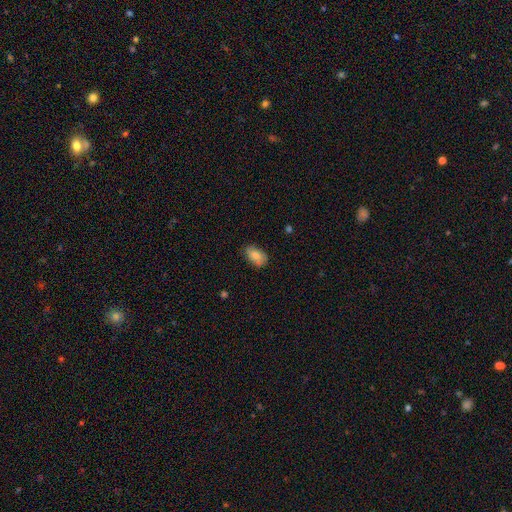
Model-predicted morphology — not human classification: Smooth or featured?
  - smooth: 80% *
  - featured or disk: 13%
  - star or artifact: 8%
How rounded?
  - in between: 91% *
  - round: 8%
  - cigar-shaped: 2%
Merging?
  - none: 74% *
  - minor disturbance: 21%
  - major disturbance: 4%
  - merger: 2%